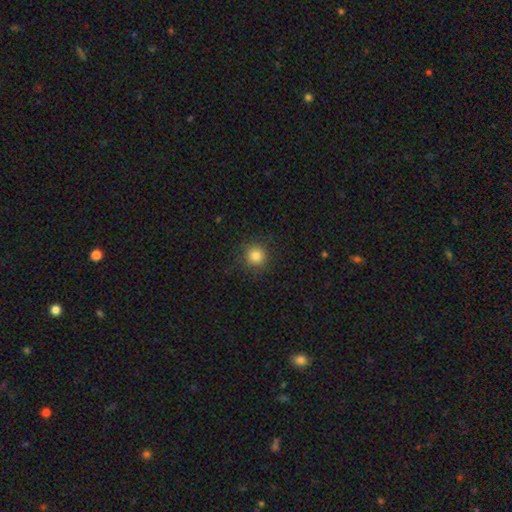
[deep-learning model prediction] The model was most divided on "smooth or featured": smooth: 83%, star or artifact: 12%, featured or disk: 5%. More confident: how rounded — round (94%); merging — none (88%).